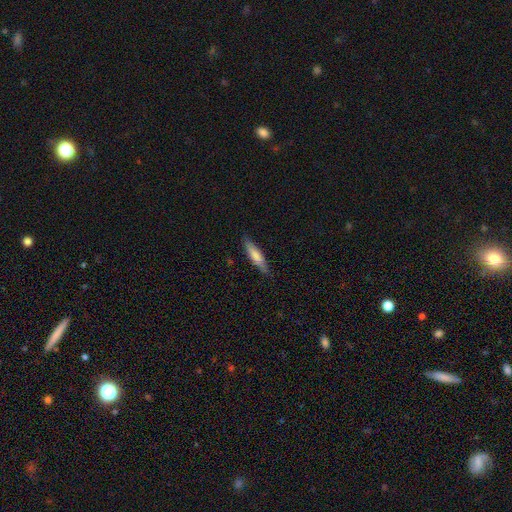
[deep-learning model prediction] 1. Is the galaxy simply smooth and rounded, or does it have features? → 70% smooth, 24% featured or disk, 6% star or artifact.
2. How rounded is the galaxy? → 76% cigar-shaped, 23% in between, 1% round.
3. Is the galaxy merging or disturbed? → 82% none, 14% minor disturbance, 3% major disturbance, 1% merger.